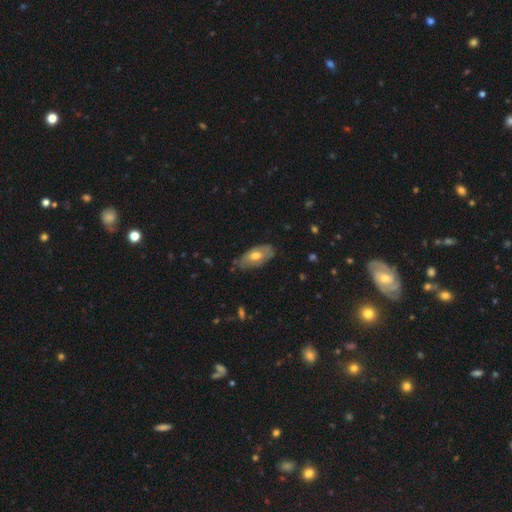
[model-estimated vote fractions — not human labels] smooth_or_featured: smooth (p=0.55) [alt: featured or disk p=0.39]
how_rounded: in between (p=0.90) [alt: cigar-shaped p=0.06]
merging: none (p=0.68) [alt: minor disturbance p=0.26]